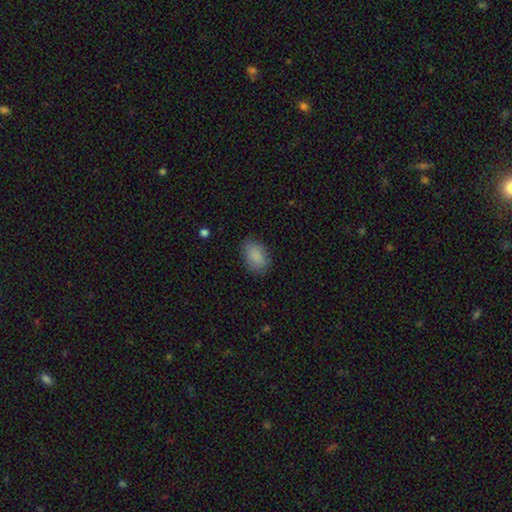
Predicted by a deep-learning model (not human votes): Overall: smooth (88%). How rounded: in between (87%). Merging: none (81%).